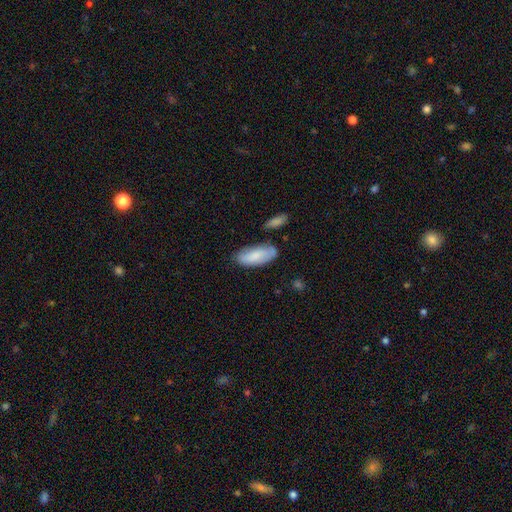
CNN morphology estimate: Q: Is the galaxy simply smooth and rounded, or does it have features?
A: smooth — 79%.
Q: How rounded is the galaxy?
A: in between — 85%.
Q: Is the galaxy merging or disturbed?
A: none — 67%.